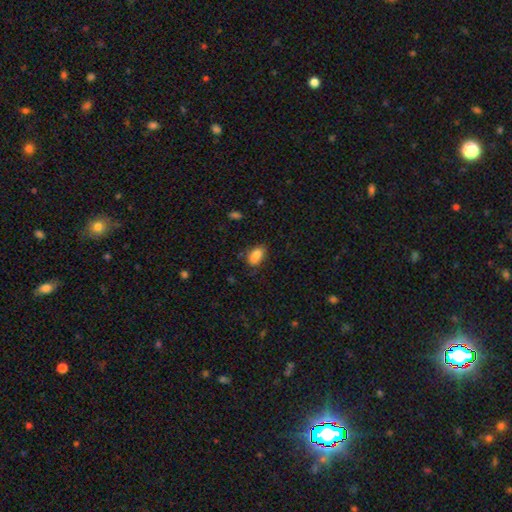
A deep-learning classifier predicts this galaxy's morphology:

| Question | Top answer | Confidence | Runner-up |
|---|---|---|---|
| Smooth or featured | smooth | 80% | featured or disk (11%) |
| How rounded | in between | 85% | round (10%) |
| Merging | none | 51% | minor disturbance (24%) |